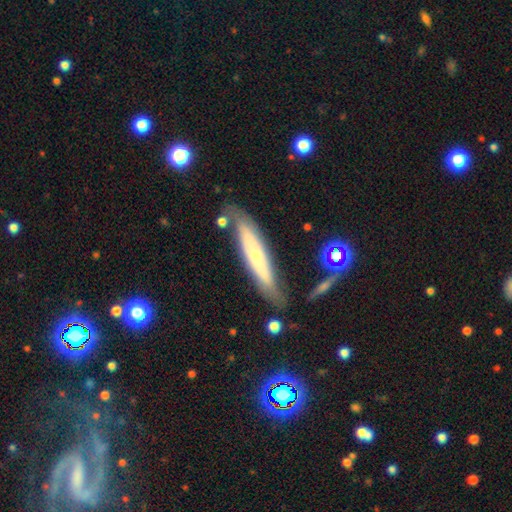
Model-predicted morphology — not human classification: Q: Smooth or featured?
A: featured or disk (49%); runner-up: smooth (44%)
Q: Merging?
A: none (72%); runner-up: minor disturbance (18%)